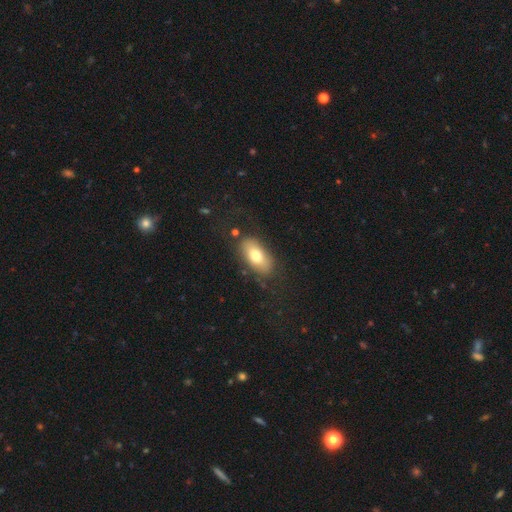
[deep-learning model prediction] A smooth galaxy with no disk features (73%) that is in between round and cigar-shaped (89%). Merging: none (78%).